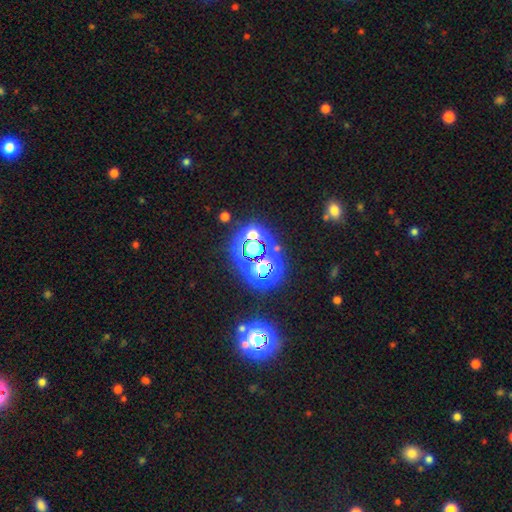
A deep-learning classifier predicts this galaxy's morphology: The model was most divided on "smooth or featured": star or artifact: 78%, smooth: 14%, featured or disk: 8%.